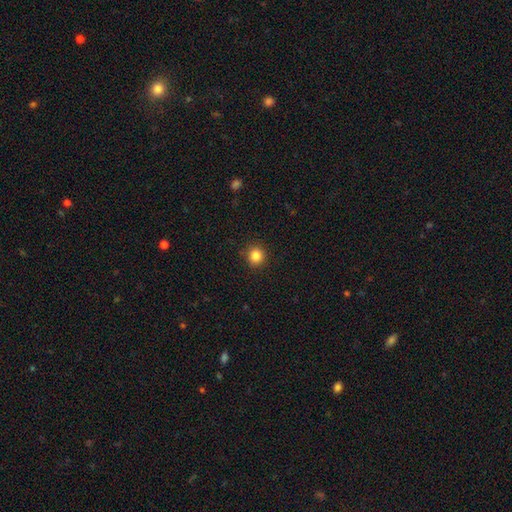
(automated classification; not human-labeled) This appears to be a smooth galaxy with no disk features (84%) that is round (91%). Merging: none (91%).